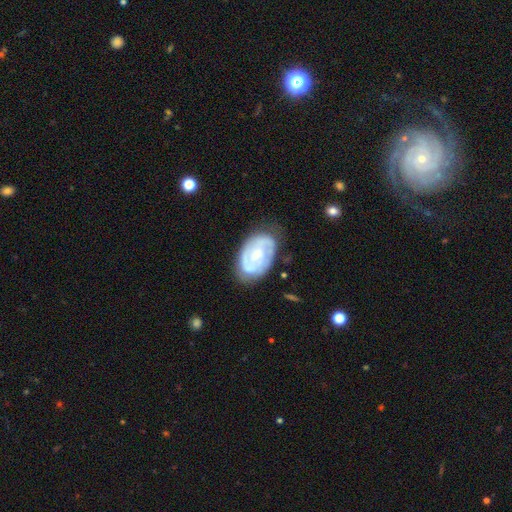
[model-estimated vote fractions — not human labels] This is likely a featured or disk galaxy (70%). It is clearly not viewed edge-on (97%). Bar: likely no (67%). Spiral arm pattern: likely yes (74%). Spiral arm count: possibly 2 (46%). Spiral winding: possibly tight (57%). Central bulge: possibly small (53%). Merging: likely none (68%).